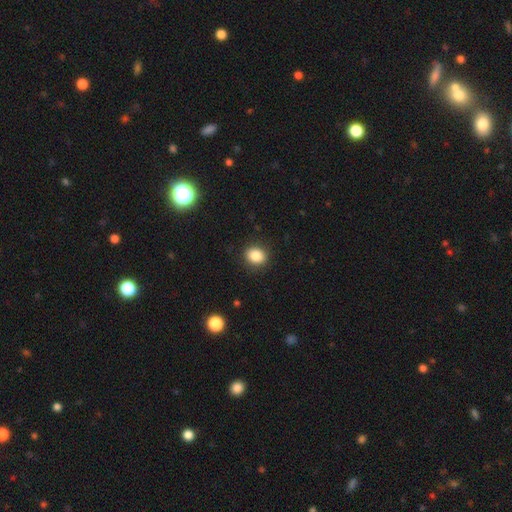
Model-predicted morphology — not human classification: Smooth or featured? Predicted: smooth (p=0.86). How rounded? Predicted: round (p=0.63). Merging? Predicted: none (p=0.89).